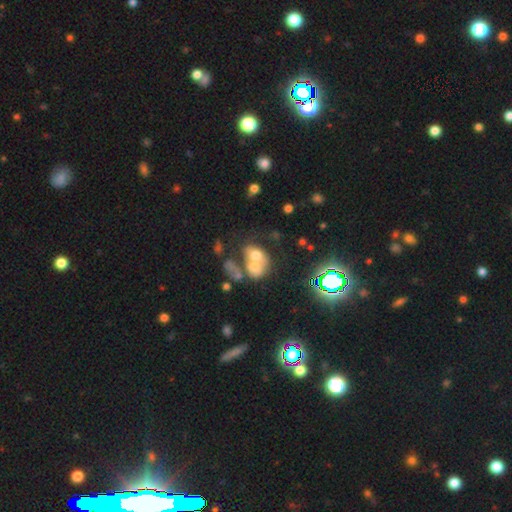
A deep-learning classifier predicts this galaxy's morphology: The model was most divided on "smooth or featured": smooth: 46%, featured or disk: 30%, star or artifact: 24%. More confident: merging — merger (64%).